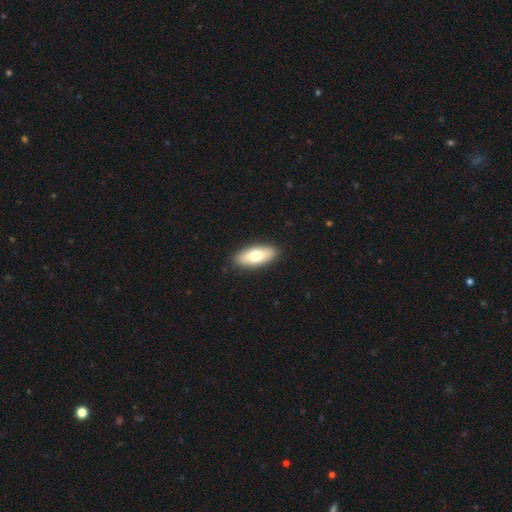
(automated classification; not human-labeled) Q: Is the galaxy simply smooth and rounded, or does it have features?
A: smooth — 72%.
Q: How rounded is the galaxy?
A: in between — 85%.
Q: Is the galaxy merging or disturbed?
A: none — 90%.